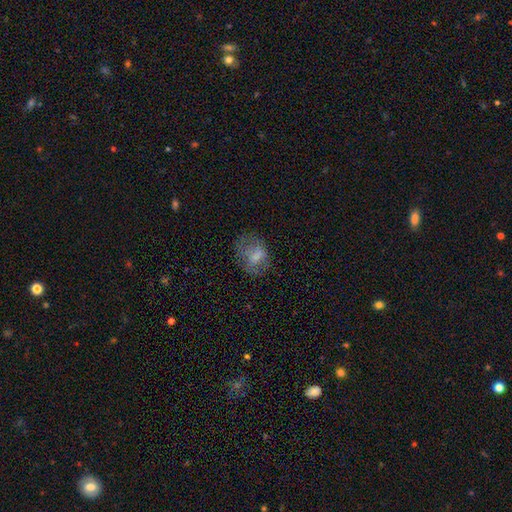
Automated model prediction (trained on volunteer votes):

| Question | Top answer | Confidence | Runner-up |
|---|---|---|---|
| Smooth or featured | smooth | 62% | featured or disk (27%) |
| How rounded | in between | 61% | round (37%) |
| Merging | none | 52% | minor disturbance (24%) |